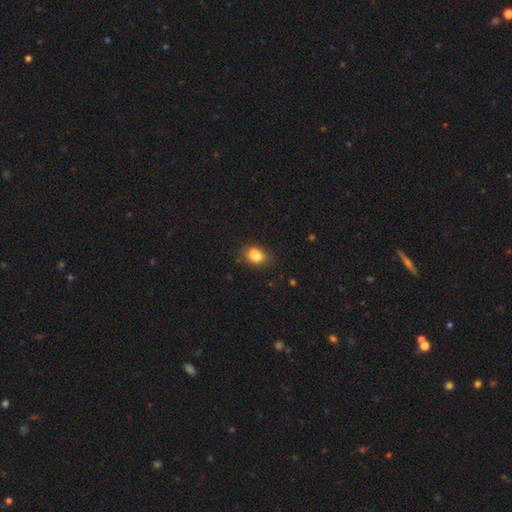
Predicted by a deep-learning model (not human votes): Smooth or featured? smooth (76%)
How rounded? in between (53%)
Merging? none (48%)